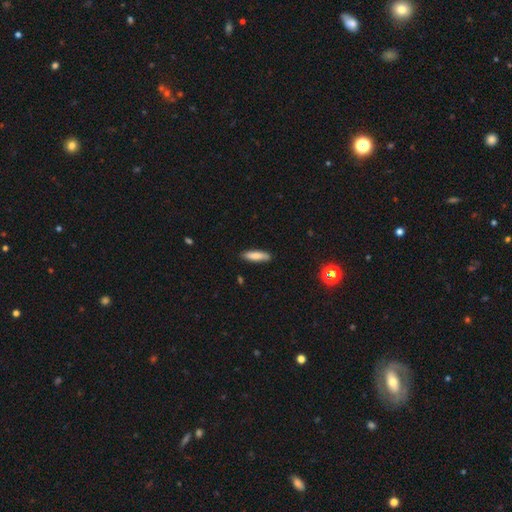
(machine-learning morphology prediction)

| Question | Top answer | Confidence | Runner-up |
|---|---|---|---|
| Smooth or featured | smooth | 80% | featured or disk (13%) |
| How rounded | cigar-shaped | 69% | in between (29%) |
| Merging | none | 87% | minor disturbance (10%) |